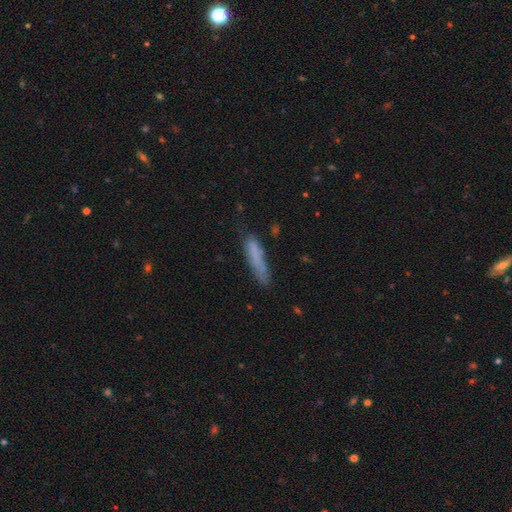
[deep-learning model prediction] smooth-or-featured: smooth: 73% | featured or disk: 18% | star or artifact: 9%
  how-rounded: cigar-shaped: 84% | in between: 14% | round: 2%
  merging: none: 62% | minor disturbance: 25% | major disturbance: 9% | merger: 3%